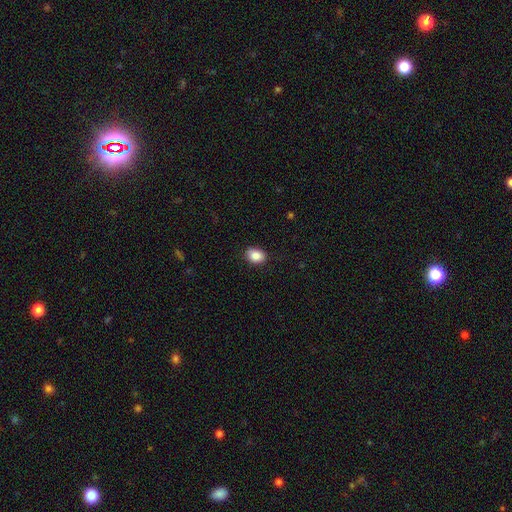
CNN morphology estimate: Smooth or featured? smooth (87%)
How rounded? in between (71%)
Merging? none (87%)